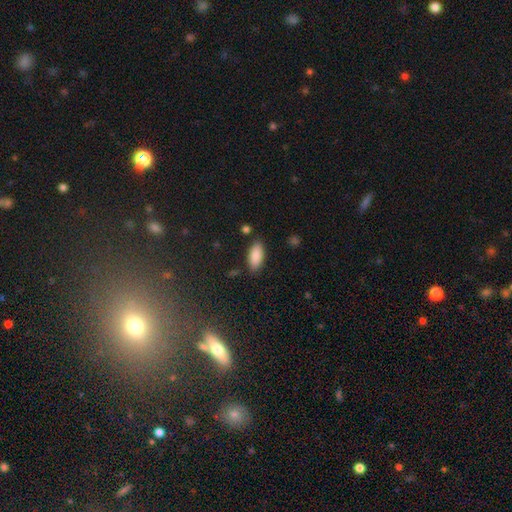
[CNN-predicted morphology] A smooth galaxy with no disk features (88%) that is in between round and cigar-shaped (88%). Merging: none (83%).